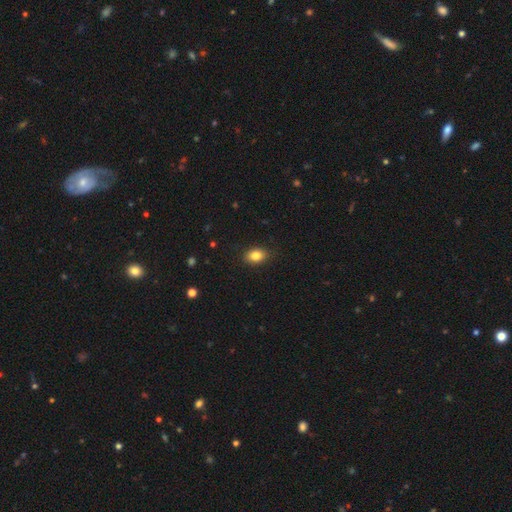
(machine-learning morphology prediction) smooth-or-featured: smooth: 84% | star or artifact: 9% | featured or disk: 7%
  how-rounded: in between: 80% | round: 19% | cigar-shaped: 1%
  merging: none: 86% | minor disturbance: 10% | major disturbance: 2% | merger: 1%